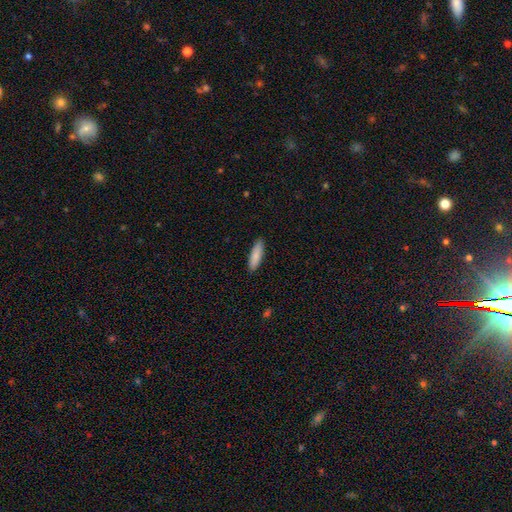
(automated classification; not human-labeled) Overall: smooth (87%). How rounded: cigar-shaped (66%; in between 32%). Merging: none (90%).